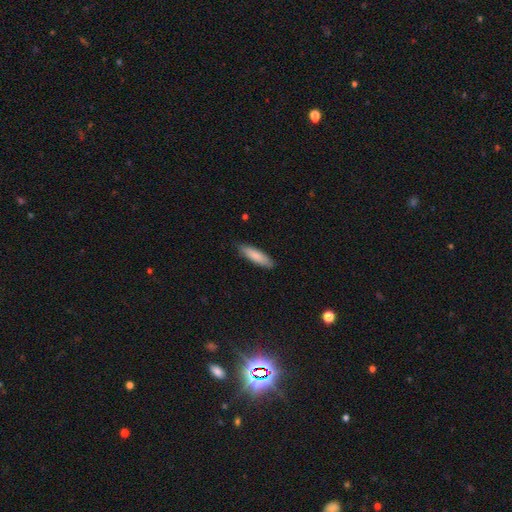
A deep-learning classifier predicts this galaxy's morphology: The model was most divided on "how rounded": cigar-shaped: 62%, in between: 37%, round: 1%. More confident: merging — none (85%); smooth or featured — smooth (84%).